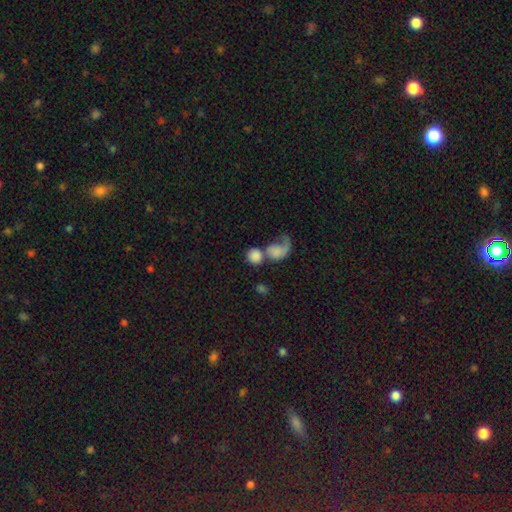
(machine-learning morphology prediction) This appears to be a smooth galaxy with no disk features (75%) that is round (75%). Merging: merger (47%).